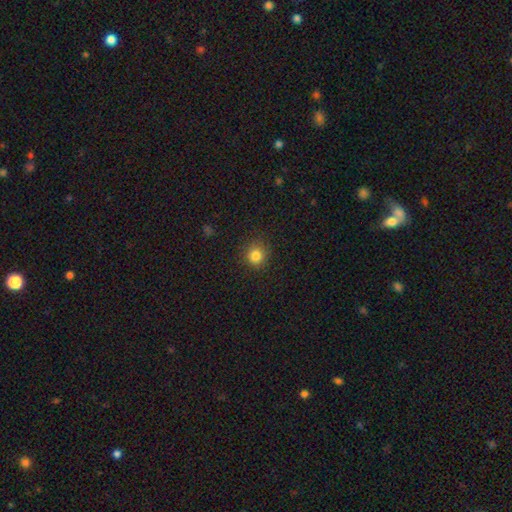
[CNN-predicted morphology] This is clearly a smooth galaxy (83%). How rounded: clearly round (91%). Merging: clearly none (89%).